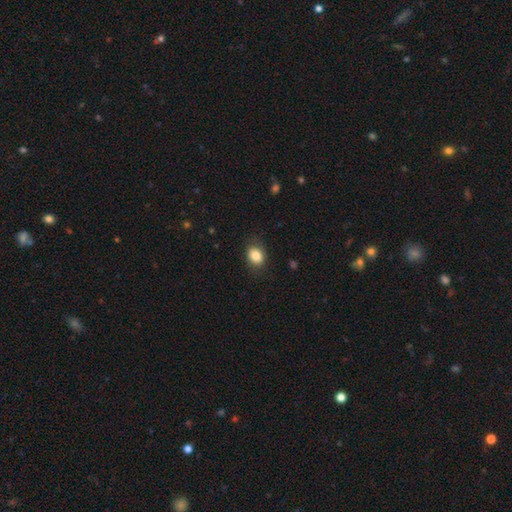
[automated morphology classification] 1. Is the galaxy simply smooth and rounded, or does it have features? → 84% smooth, 9% star or artifact, 6% featured or disk.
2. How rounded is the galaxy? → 54% in between, 46% round, 1% cigar-shaped.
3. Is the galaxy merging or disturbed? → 83% none, 12% minor disturbance, 3% major disturbance, 1% merger.